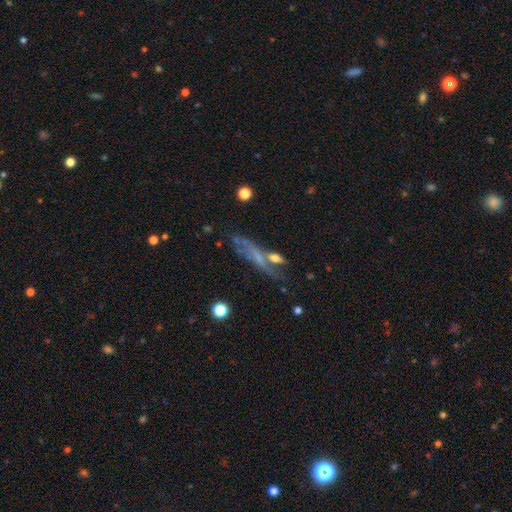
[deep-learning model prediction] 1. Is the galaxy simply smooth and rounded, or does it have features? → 53% featured or disk, 34% smooth, 13% star or artifact.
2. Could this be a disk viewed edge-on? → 54% no, 46% yes.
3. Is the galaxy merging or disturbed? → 45% none, 21% minor disturbance, 19% major disturbance, 16% merger.